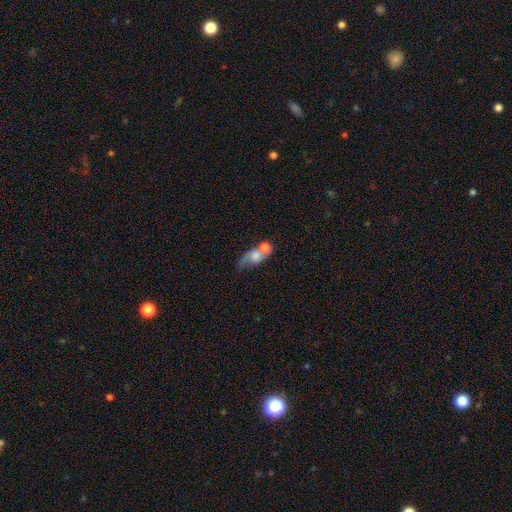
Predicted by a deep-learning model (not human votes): Morphology: type=smooth (58%); roundness=in between (51%); merging=merger (51%).